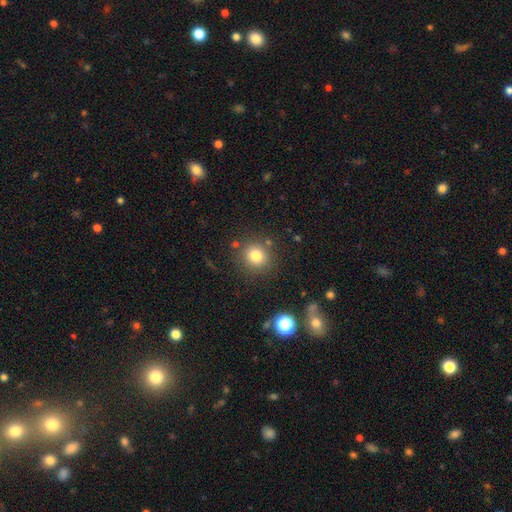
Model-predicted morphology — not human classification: The model was most divided on "smooth or featured": smooth: 80%, star or artifact: 13%, featured or disk: 7%. More confident: how rounded — round (87%); merging — none (83%).